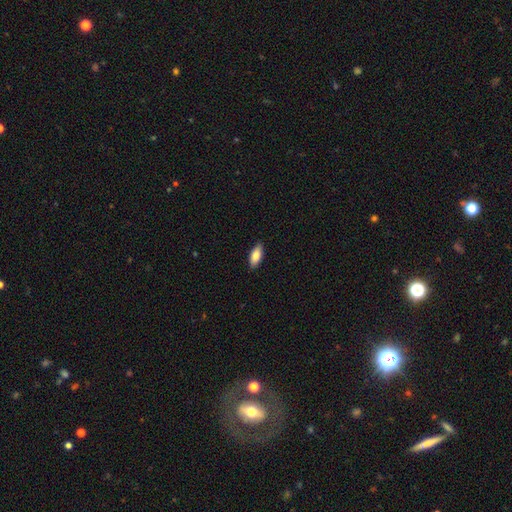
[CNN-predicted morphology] Smooth or featured? smooth (83%)
How rounded? in between (80%)
Merging? none (88%)